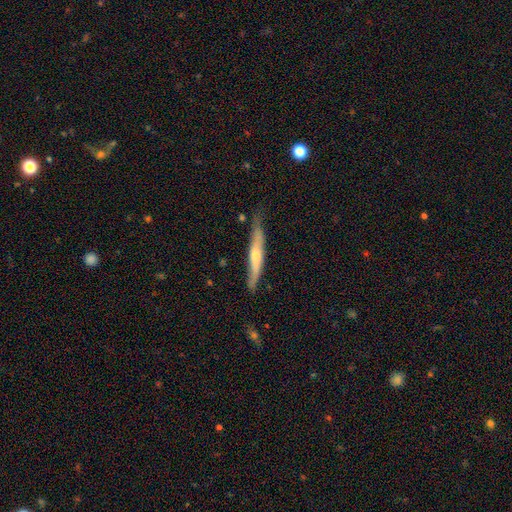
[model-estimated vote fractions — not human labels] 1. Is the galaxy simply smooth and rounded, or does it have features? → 50% featured or disk, 44% smooth, 5% star or artifact.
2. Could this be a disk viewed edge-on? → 87% yes, 13% no.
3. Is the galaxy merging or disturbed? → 70% none, 24% minor disturbance, 4% major disturbance, 2% merger.